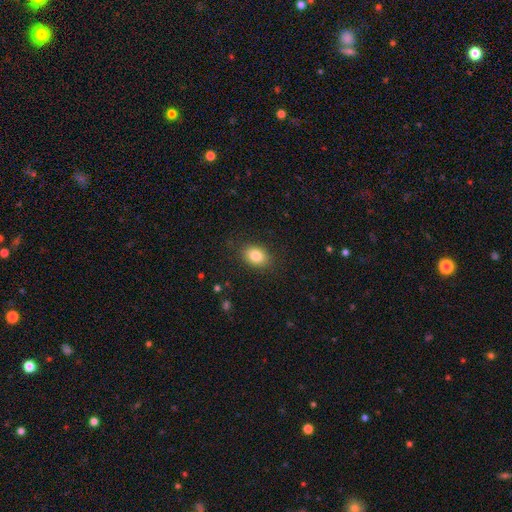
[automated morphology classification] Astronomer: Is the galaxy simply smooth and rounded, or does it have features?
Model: smooth — 84%.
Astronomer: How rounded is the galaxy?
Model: in between — 70%.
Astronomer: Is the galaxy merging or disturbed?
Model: none — 87%.